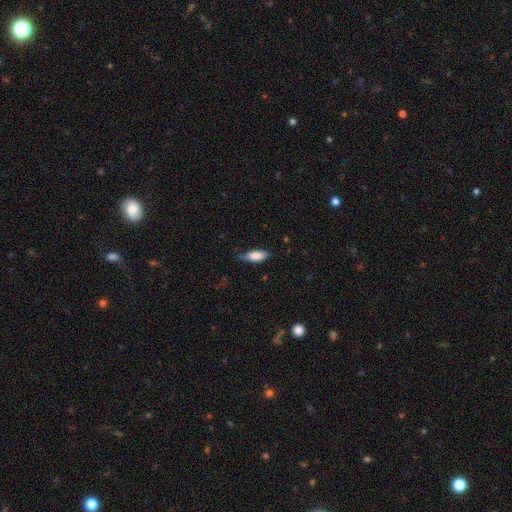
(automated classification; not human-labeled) This is clearly a smooth galaxy (84%). How rounded: likely in between (77%). Merging: likely none (63%).